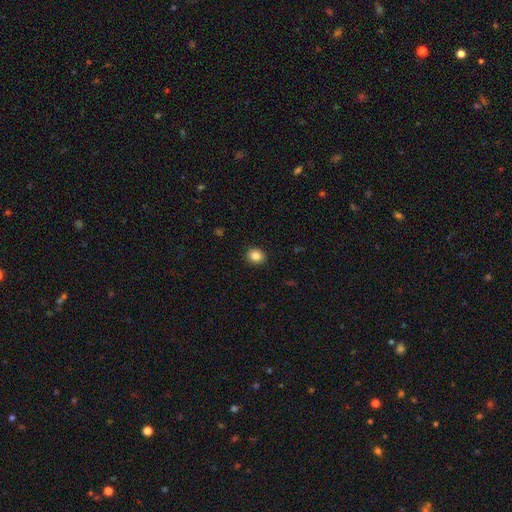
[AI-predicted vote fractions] A smooth galaxy with no disk features (85%) that is round (66%). Merging: none (91%).